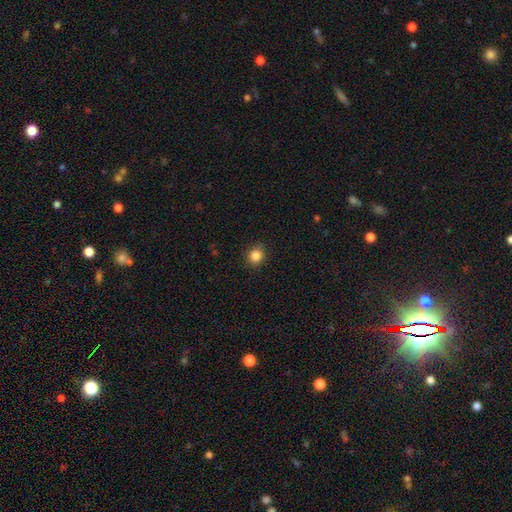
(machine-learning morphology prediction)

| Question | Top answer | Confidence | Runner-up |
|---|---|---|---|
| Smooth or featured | smooth | 85% | star or artifact (11%) |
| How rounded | round | 78% | in between (21%) |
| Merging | none | 87% | minor disturbance (10%) |